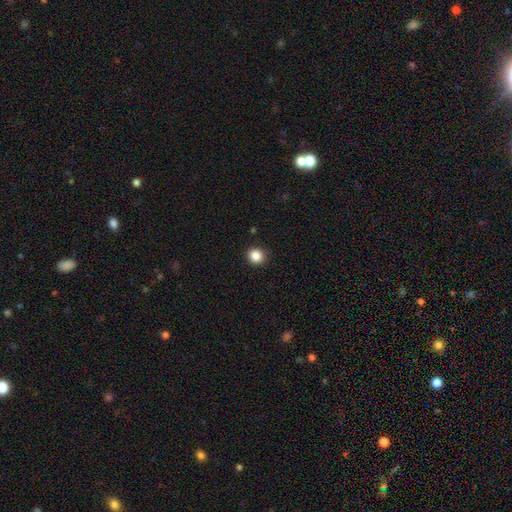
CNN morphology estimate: A smooth galaxy with no disk features (86%) that is round (91%). Merging: none (92%).